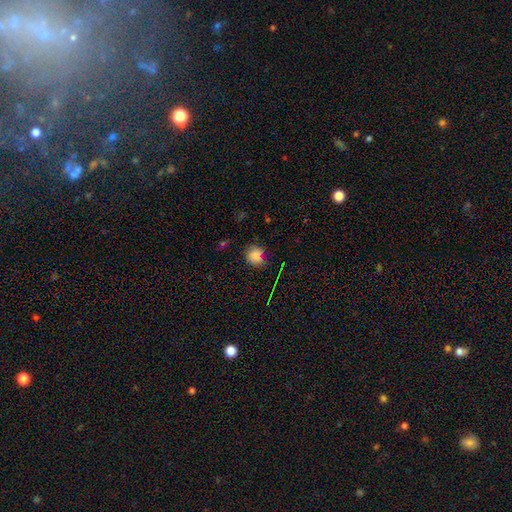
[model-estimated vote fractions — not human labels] Q: Smooth or featured?
A: smooth (79%); runner-up: star or artifact (15%)
Q: How rounded?
A: round (83%); runner-up: in between (16%)
Q: Merging?
A: none (78%); runner-up: minor disturbance (16%)